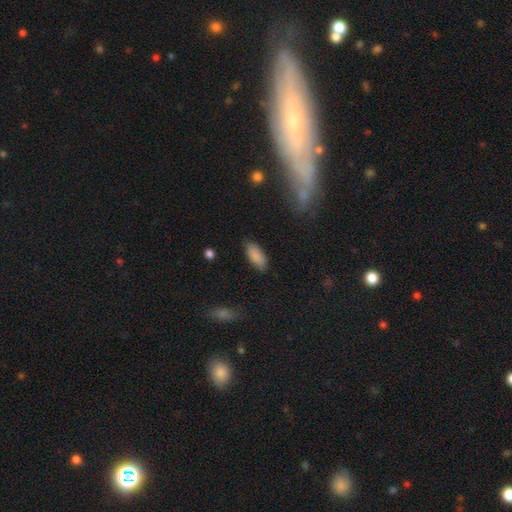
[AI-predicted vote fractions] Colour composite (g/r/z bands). It shows a smooth galaxy with no disk features (87%) that is in between round and cigar-shaped (83%). Merging: none (81%).